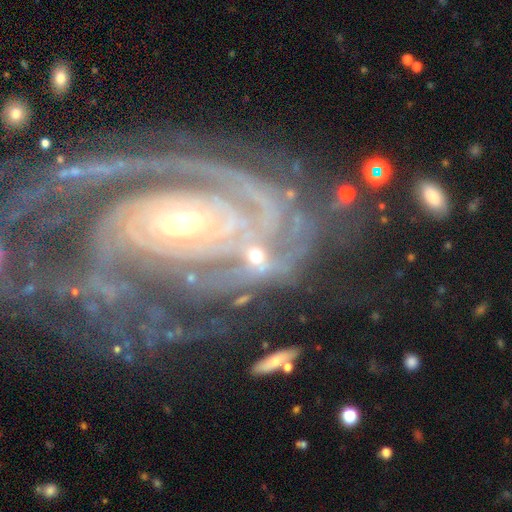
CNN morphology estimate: type=featured or disk (61%); edge-on=no (94%); bar=no (63%); spiral arms=yes (71%); bulge=small (47%); merging=merger (40%).